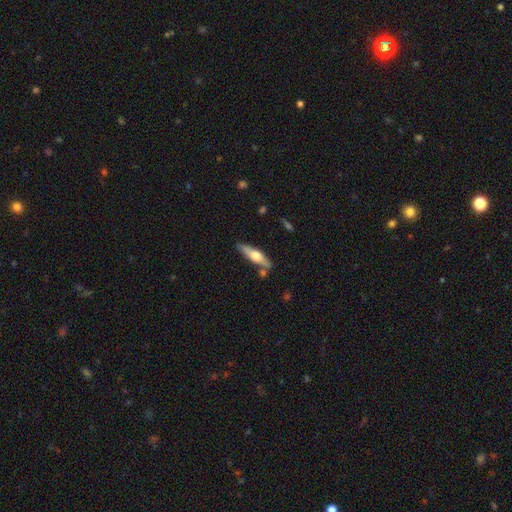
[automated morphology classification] Smooth or featured? Predicted: featured or disk (p=0.54). Edge-on disk? Predicted: yes (p=0.92). Edge-on bulge? Predicted: rounded (p=0.91). Merging? Predicted: none (p=0.79).